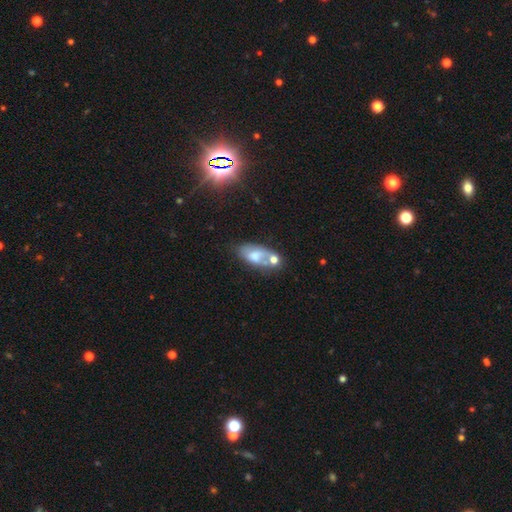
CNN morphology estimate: Smooth or featured: smooth — 57% (featured or disk — 33%)
How rounded: in between — 87% (cigar-shaped — 7%)
Merging: none — 34% (merger — 32%)